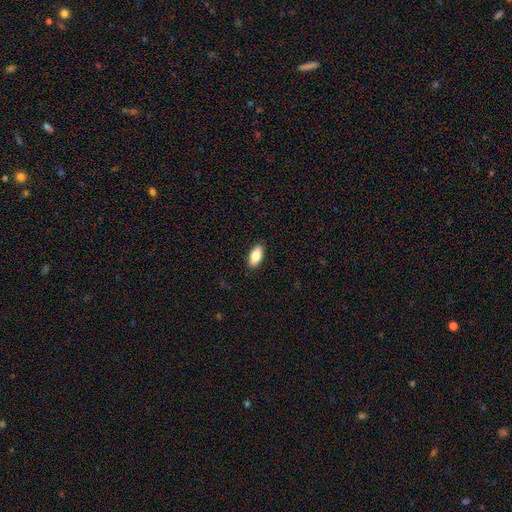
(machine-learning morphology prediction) Q: Smooth or featured?
A: smooth (84%); runner-up: featured or disk (10%)
Q: How rounded?
A: in between (89%); runner-up: cigar-shaped (9%)
Q: Merging?
A: none (89%); runner-up: minor disturbance (8%)